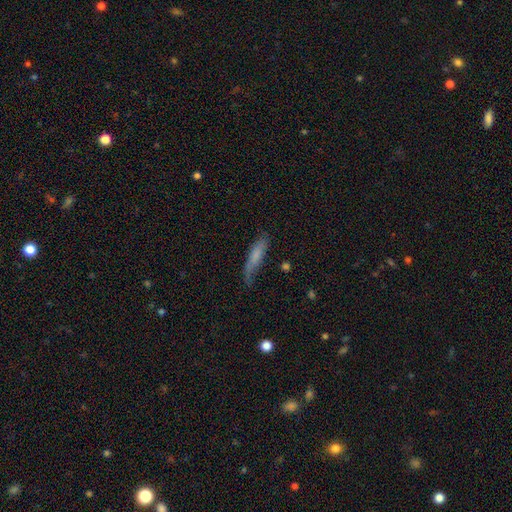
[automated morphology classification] This appears to be a smooth galaxy with no disk features (67%) that is cigar-shaped (79%). Merging: none (52%).